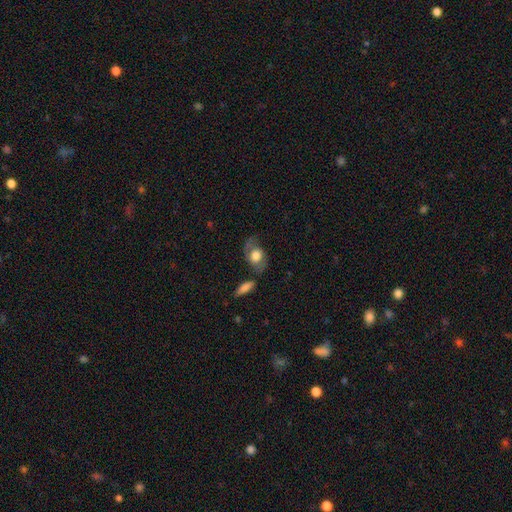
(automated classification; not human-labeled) Smooth or featured? Predicted: smooth (p=0.50). How rounded? Predicted: in between (p=0.73). Merging? Predicted: none (p=0.57).